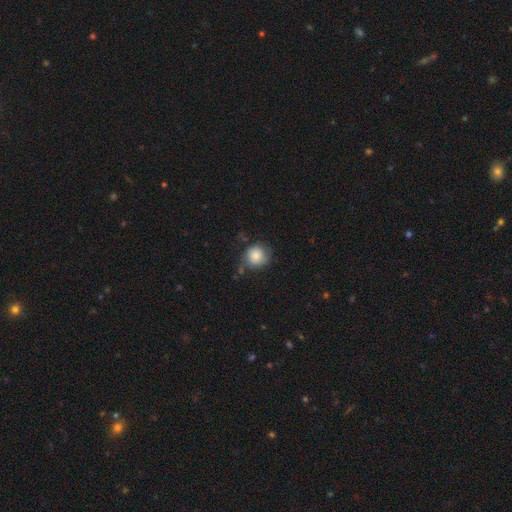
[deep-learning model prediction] The model was most divided on "merging": none: 61%, minor disturbance: 27%, major disturbance: 9%, merger: 4%. More confident: how rounded — round (85%); smooth or featured — smooth (79%).